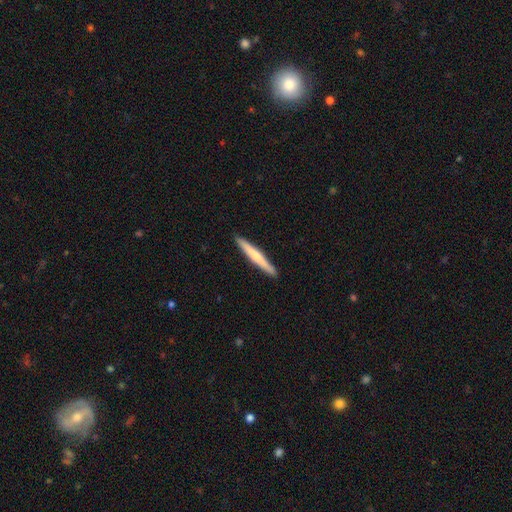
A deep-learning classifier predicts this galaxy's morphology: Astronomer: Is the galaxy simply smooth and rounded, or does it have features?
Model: smooth — 52% (runner-up: featured or disk, 43%).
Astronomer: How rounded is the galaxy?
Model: cigar-shaped — 96%.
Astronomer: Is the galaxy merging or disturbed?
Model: none — 92%.